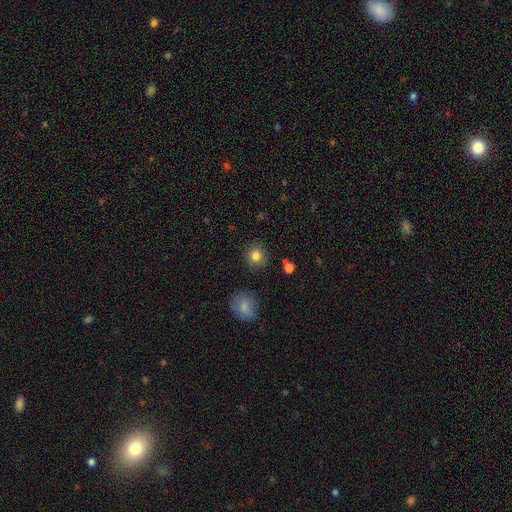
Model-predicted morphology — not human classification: This appears to be a smooth galaxy with no disk features (82%) that is round (90%). Merging: none (89%).